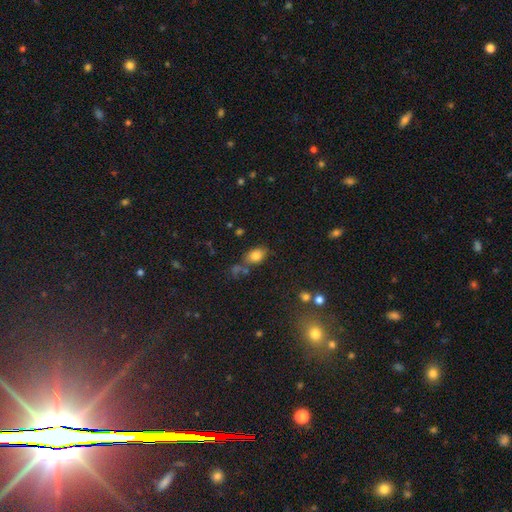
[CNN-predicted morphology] smooth 80%, star or artifact 11%, featured or disk 9%. Down the decision tree: how rounded — in between (79%); merging — none (65%).